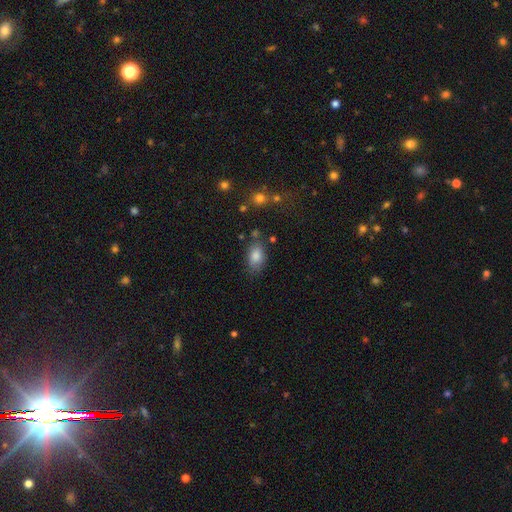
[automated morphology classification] Smooth or featured: smooth — 83% (star or artifact — 9%)
How rounded: in between — 88% (round — 10%)
Merging: none — 73% (minor disturbance — 18%)